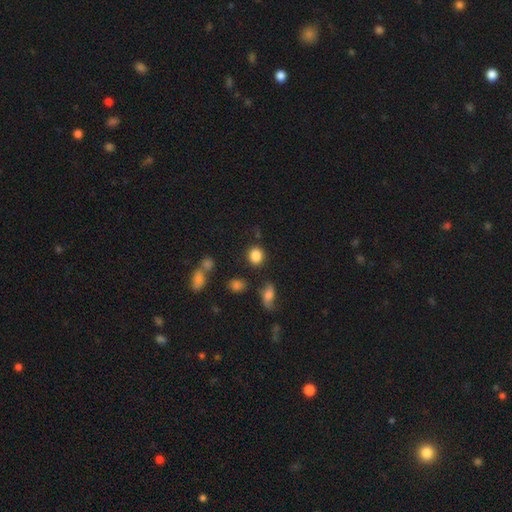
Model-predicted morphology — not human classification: smooth_or_featured: smooth (p=0.85) [alt: star or artifact p=0.10]
how_rounded: round (p=0.71) [alt: in between p=0.27]
merging: none (p=0.81) [alt: minor disturbance p=0.10]